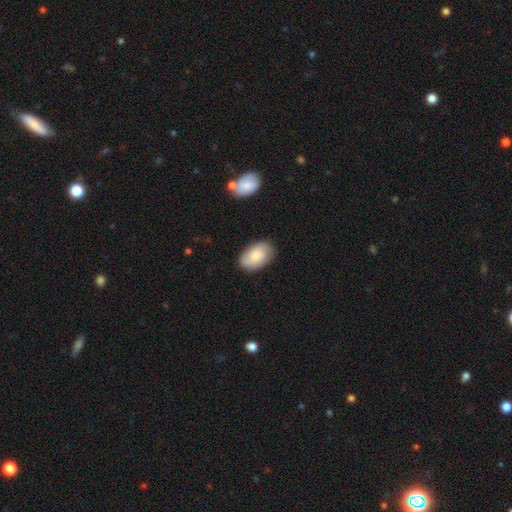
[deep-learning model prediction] Overall: smooth (74%). How rounded: in between (91%). Merging: none (82%).